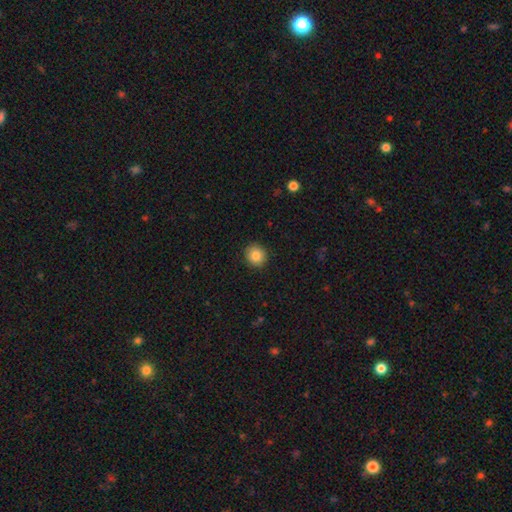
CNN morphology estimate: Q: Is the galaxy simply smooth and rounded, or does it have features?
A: smooth — 85%.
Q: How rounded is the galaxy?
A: round — 87%.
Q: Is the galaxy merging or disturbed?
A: none — 91%.